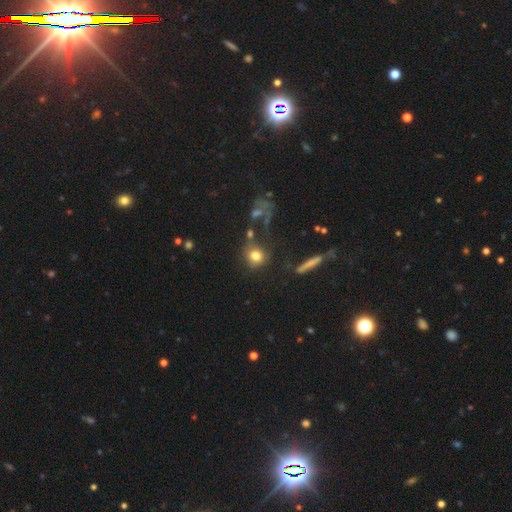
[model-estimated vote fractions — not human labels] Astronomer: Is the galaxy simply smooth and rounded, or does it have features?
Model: smooth — 77%.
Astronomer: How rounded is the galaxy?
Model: round — 84%.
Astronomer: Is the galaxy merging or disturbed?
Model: none — 59%.